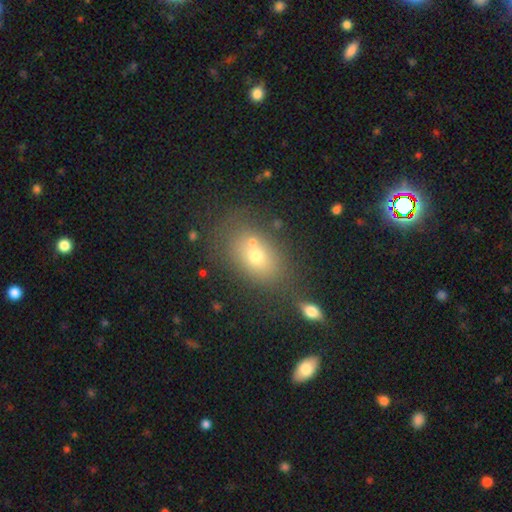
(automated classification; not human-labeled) Overall: smooth (64%). How rounded: in between (72%). Merging: none (59%; merger 22%).